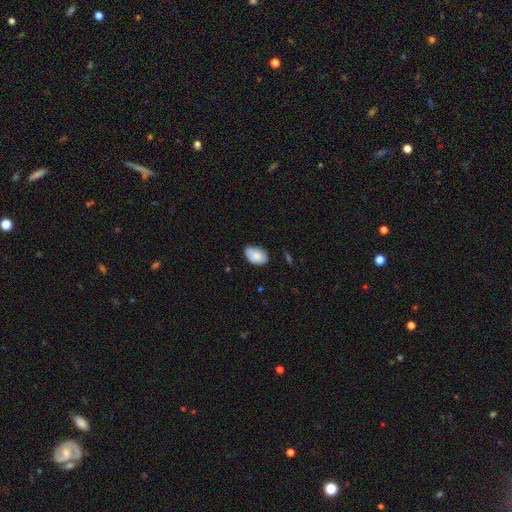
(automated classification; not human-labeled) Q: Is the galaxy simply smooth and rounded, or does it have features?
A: smooth — 79%.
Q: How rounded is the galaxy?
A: in between — 91%.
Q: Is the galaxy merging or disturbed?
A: none — 65%.